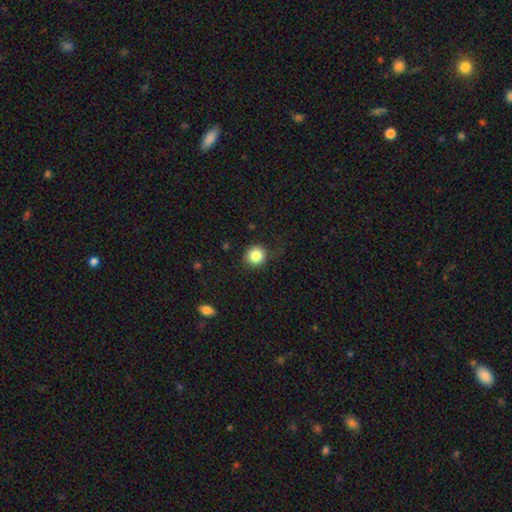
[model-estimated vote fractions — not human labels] Q: Smooth or featured?
A: smooth (85%); runner-up: star or artifact (10%)
Q: How rounded?
A: round (91%); runner-up: in between (8%)
Q: Merging?
A: none (83%); runner-up: minor disturbance (12%)